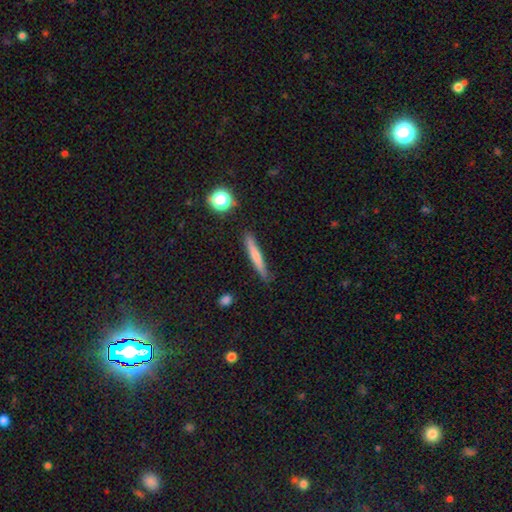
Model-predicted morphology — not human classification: Smooth or featured?
  - smooth: 65% *
  - featured or disk: 28%
  - star or artifact: 7%
How rounded?
  - cigar-shaped: 94% *
  - in between: 4%
  - round: 2%
Merging?
  - none: 84% *
  - minor disturbance: 12%
  - major disturbance: 2%
  - merger: 2%